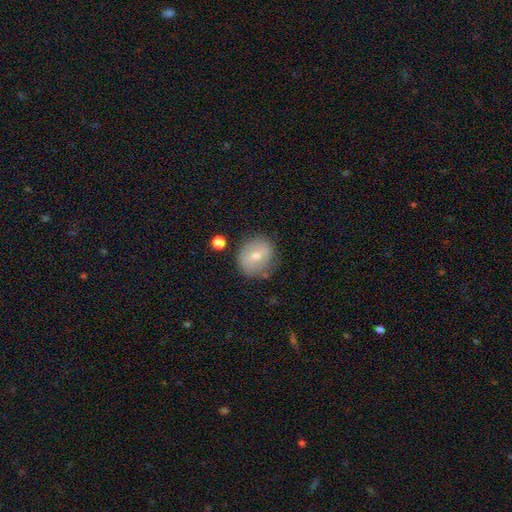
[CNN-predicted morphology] Smooth or featured? Predicted: smooth (p=0.63). How rounded? Predicted: round (p=0.77). Merging? Predicted: none (p=0.76).